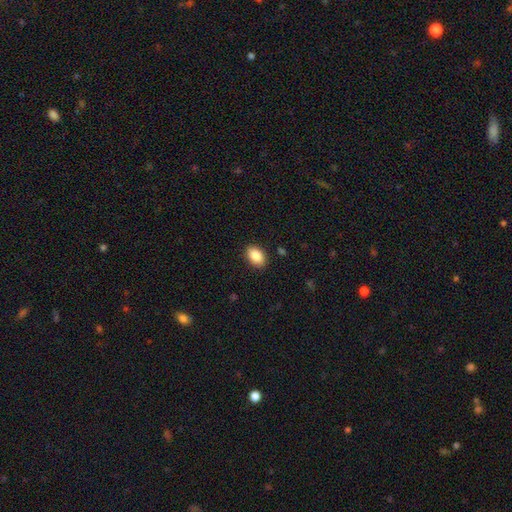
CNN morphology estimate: Smooth or featured: smooth — 86% (star or artifact — 7%)
How rounded: in between — 88% (round — 11%)
Merging: none — 89% (minor disturbance — 8%)